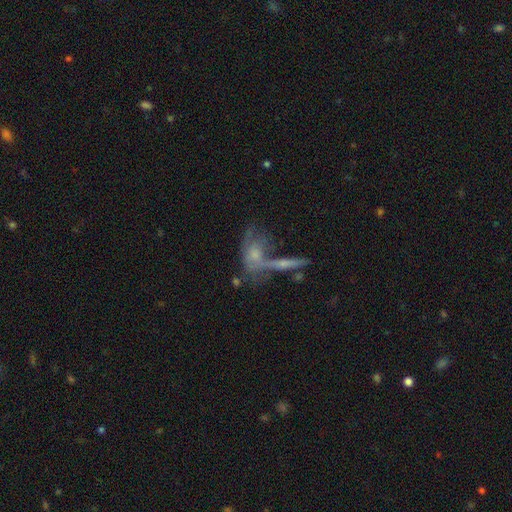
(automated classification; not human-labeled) Morphology: type=featured or disk (49%); merging=merger (40%).